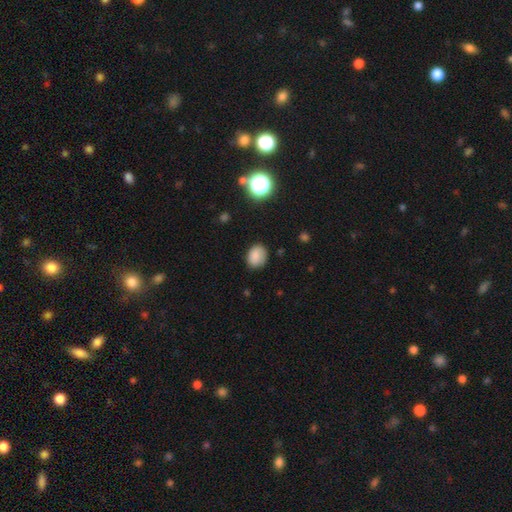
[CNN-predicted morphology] This appears to be a smooth galaxy with no disk features (84%) that is in between round and cigar-shaped (54%). Merging: none (79%).